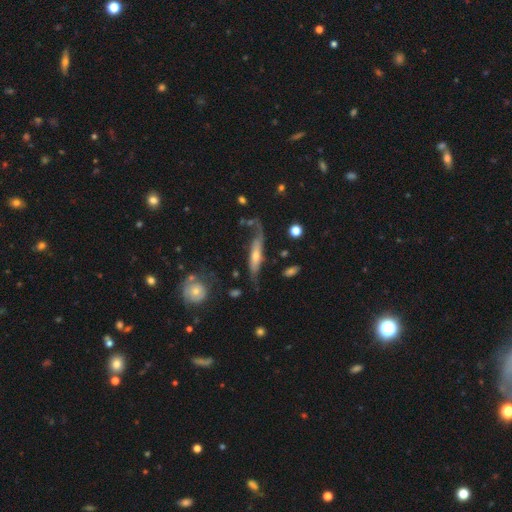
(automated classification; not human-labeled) Smooth or featured? featured or disk (68%)
Edge-on disk? no (53%)
Merging? none (48%)